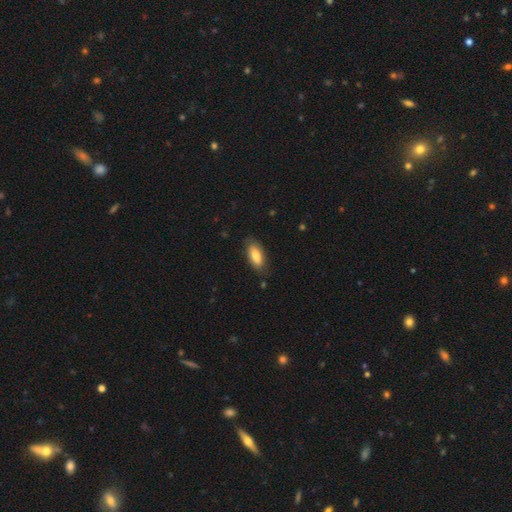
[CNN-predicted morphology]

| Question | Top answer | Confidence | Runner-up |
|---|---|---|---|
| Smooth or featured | smooth | 80% | featured or disk (14%) |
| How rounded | in between | 82% | cigar-shaped (15%) |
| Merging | none | 80% | minor disturbance (16%) |